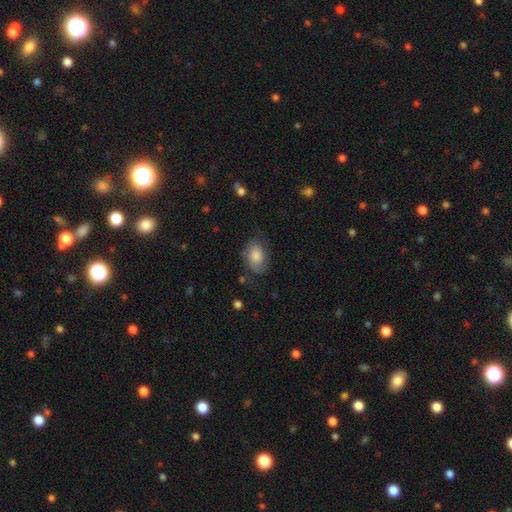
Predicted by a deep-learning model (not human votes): smooth-or-featured: smooth: 62% | featured or disk: 29% | star or artifact: 9%
  how-rounded: in between: 79% | round: 19% | cigar-shaped: 1%
  merging: none: 69% | minor disturbance: 22% | major disturbance: 8% | merger: 1%